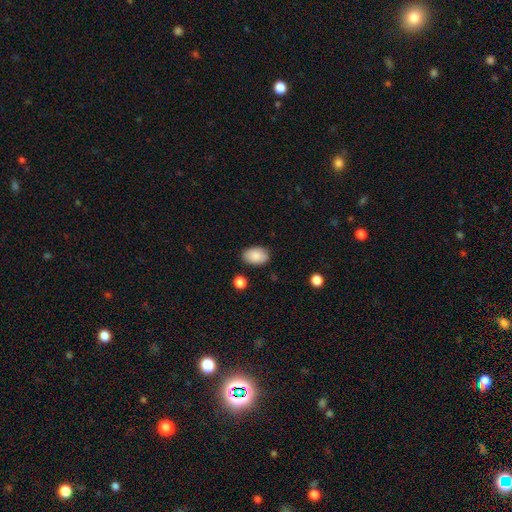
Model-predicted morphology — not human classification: type=smooth (88%); roundness=in between (88%); merging=none (84%).